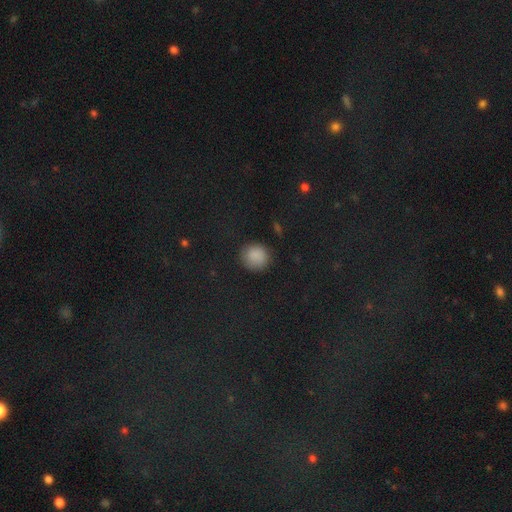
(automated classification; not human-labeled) smooth-or-featured: smooth: 82% | star or artifact: 13% | featured or disk: 5%
  how-rounded: round: 87% | in between: 12% | cigar-shaped: 1%
  merging: none: 85% | minor disturbance: 10% | major disturbance: 3% | merger: 2%